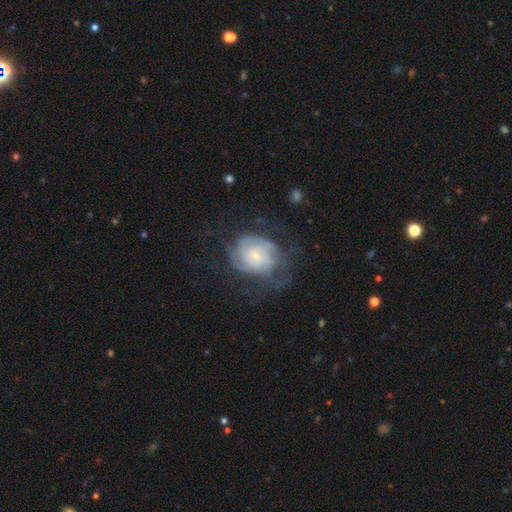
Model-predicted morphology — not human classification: Smooth or featured? featured or disk (68%)
Edge-on disk? no (97%)
Bar? no (74%)
Spiral arms? yes (85%)
Spiral winding? tight (60%)
Spiral arm count? can't tell (50%)
Bulge size? small (65%)
Merging? none (54%)